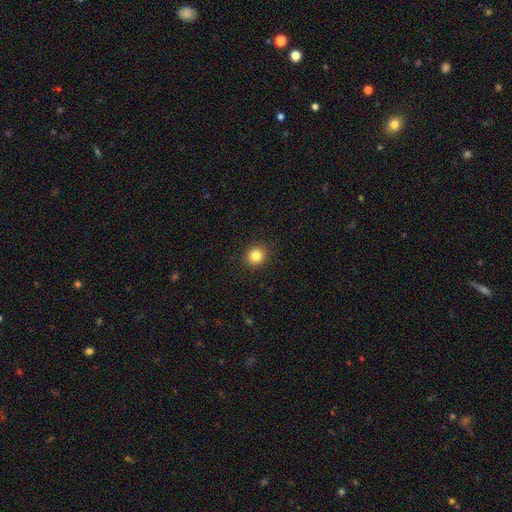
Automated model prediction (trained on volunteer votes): A smooth galaxy with no disk features (84%) that is round (83%).

Vote fractions:
- Smooth or featured? smooth: 84% / star or artifact: 11% / featured or disk: 5%
- How rounded? round: 83% / in between: 17% / cigar-shaped: 1%
- Merging? none: 91% / minor disturbance: 6% / major disturbance: 2% / merger: 1%